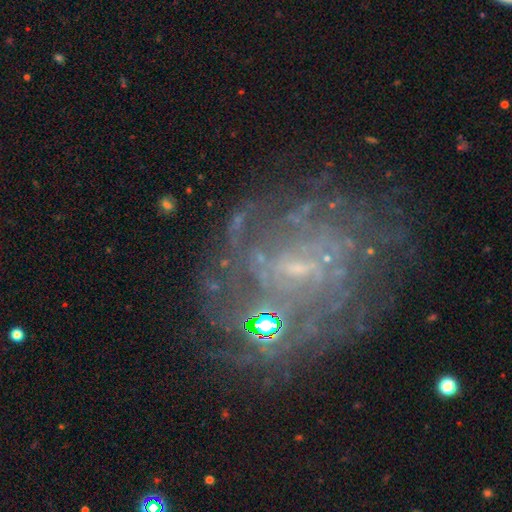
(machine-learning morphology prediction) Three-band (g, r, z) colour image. It shows a featured or disk galaxy (78%) with a weak bar (48%), tight (55%) spiral arms (87%) and a small central bulge (61%). Merging: none (62%).